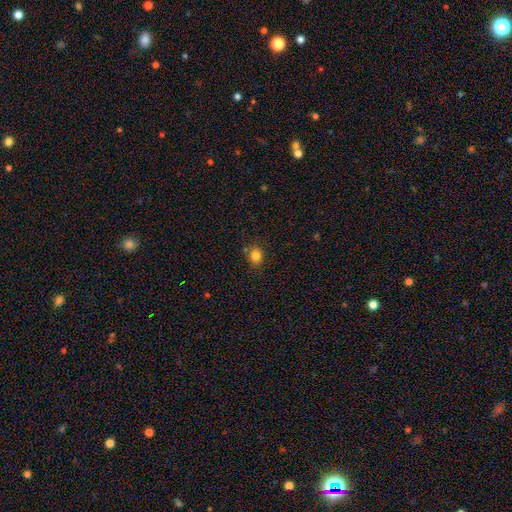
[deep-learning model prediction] A smooth galaxy with no disk features (82%) that is round (76%).

Vote fractions:
- Smooth or featured? smooth: 82% / star or artifact: 13% / featured or disk: 6%
- How rounded? round: 76% / in between: 23% / cigar-shaped: 1%
- Merging? none: 80% / minor disturbance: 12% / merger: 5% / major disturbance: 3%